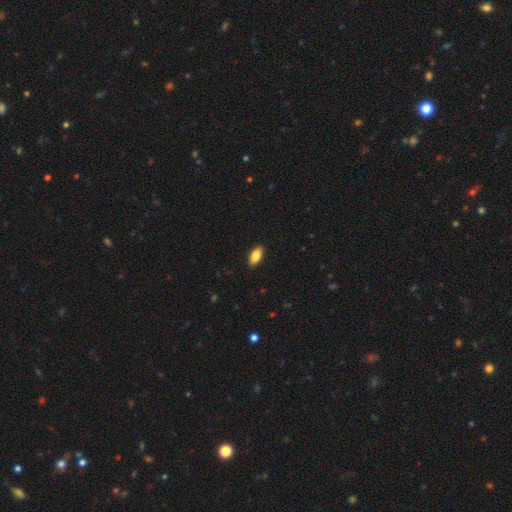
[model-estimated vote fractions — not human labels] smooth 86%, featured or disk 7%, star or artifact 7%. Down the decision tree: how rounded — in between (91%); merging — none (90%).